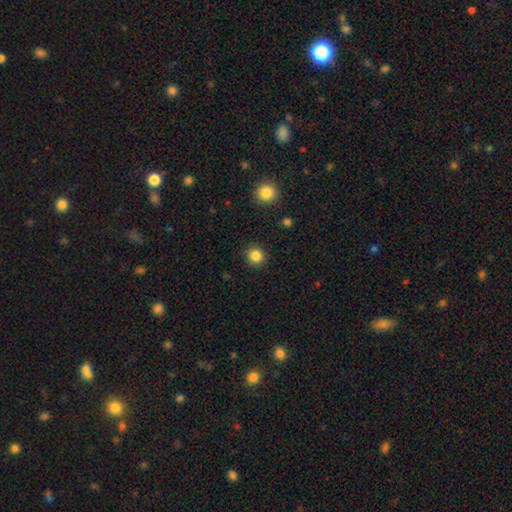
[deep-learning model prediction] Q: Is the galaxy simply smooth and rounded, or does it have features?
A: smooth — 85%.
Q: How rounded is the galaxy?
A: round — 92%.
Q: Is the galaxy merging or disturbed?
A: none — 90%.